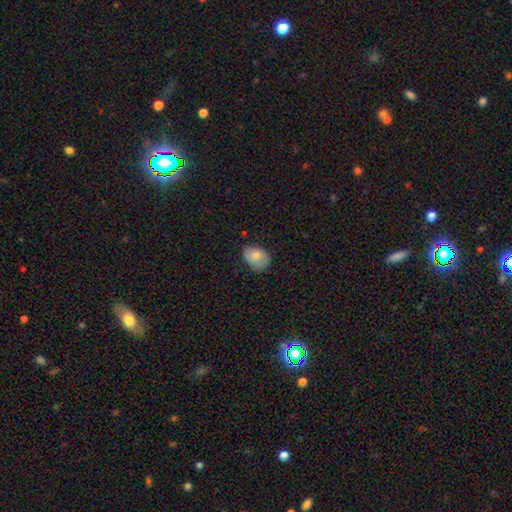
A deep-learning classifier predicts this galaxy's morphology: A smooth galaxy with no disk features (77%) that is in between round and cigar-shaped (77%). Merging: none (61%).